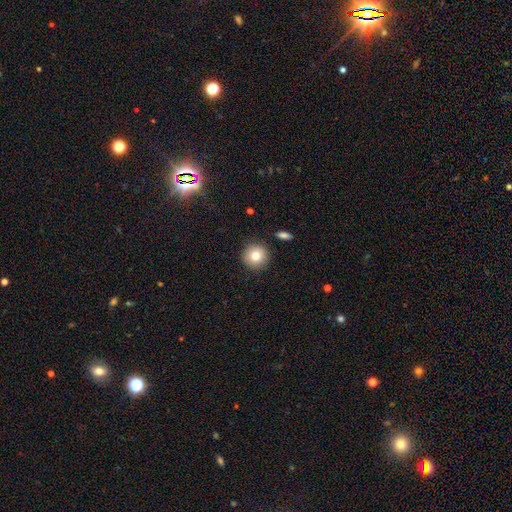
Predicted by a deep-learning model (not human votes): Morphology: type=smooth (78%); roundness=round (95%); merging=none (90%).